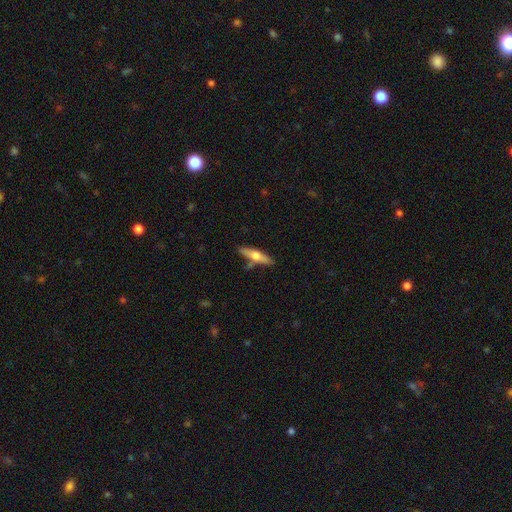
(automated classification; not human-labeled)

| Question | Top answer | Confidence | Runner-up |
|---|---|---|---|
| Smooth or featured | featured or disk | 48% | smooth (46%) |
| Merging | none | 75% | minor disturbance (14%) |